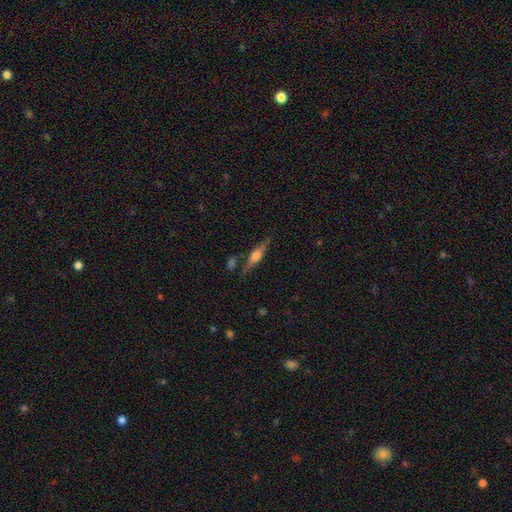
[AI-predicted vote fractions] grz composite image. It shows a featured or disk galaxy (67%) viewed edge-on (96%) with a rounded central bulge (87%). Merging: none (79%).